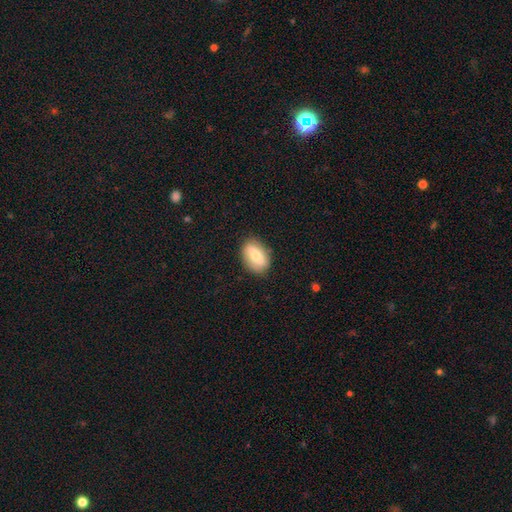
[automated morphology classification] A smooth galaxy with no disk features (58%) that is in between round and cigar-shaped (84%).

Vote fractions:
- Smooth or featured? smooth: 58% / featured or disk: 35% / star or artifact: 7%
- How rounded? in between: 84% / round: 10% / cigar-shaped: 6%
- Merging? none: 84% / minor disturbance: 12% / major disturbance: 3% / merger: 1%